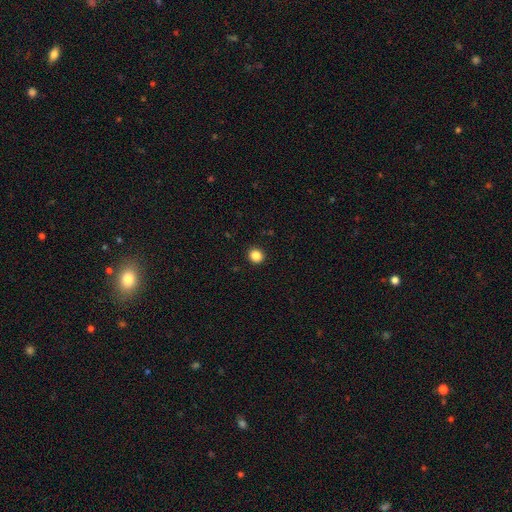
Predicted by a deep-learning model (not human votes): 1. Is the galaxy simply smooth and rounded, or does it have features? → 85% smooth, 11% star or artifact, 3% featured or disk.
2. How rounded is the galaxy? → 92% round, 7% in between, 1% cigar-shaped.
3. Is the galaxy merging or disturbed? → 93% none, 4% minor disturbance, 2% major disturbance, 1% merger.